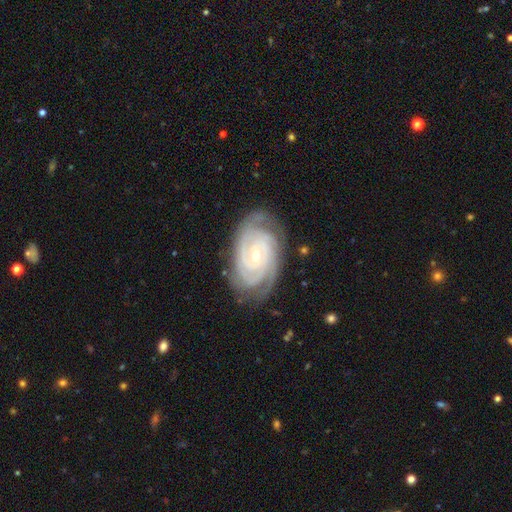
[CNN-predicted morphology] This is clearly a featured or disk galaxy (91%). It is clearly not viewed edge-on (97%). Bar: likely no (60%). Spiral arm pattern: clearly yes (98%). Spiral arm count: marginally 3 (30%). Spiral winding: clearly tight (81%). Central bulge: likely small (68%). Merging: likely none (78%).